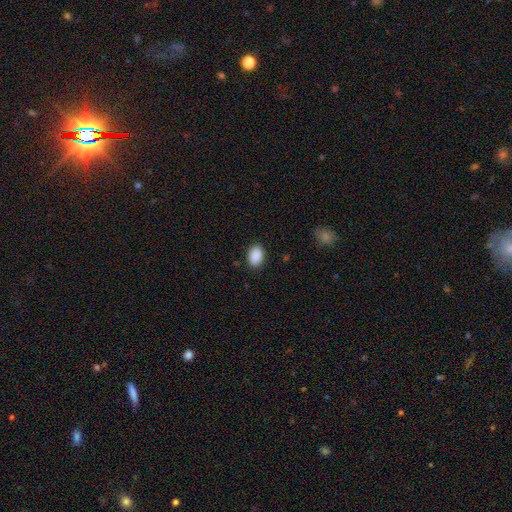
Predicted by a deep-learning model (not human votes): smooth-or-featured: smooth: 90% | star or artifact: 7% | featured or disk: 2%
  how-rounded: in between: 81% | round: 18% | cigar-shaped: 1%
  merging: none: 87% | minor disturbance: 9% | major disturbance: 2% | merger: 1%